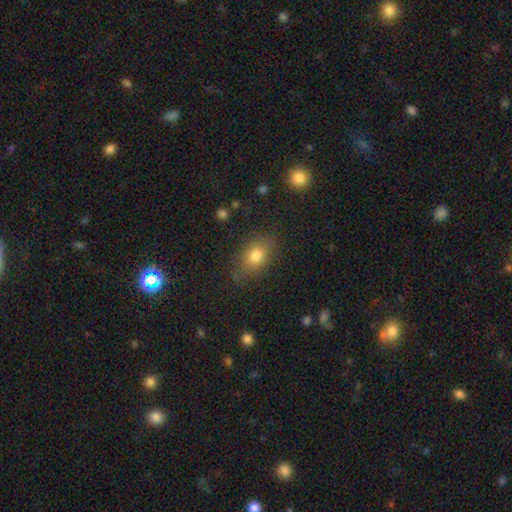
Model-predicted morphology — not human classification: This is likely a smooth galaxy (78%). How rounded: likely in between (78%). Merging: likely none (77%).